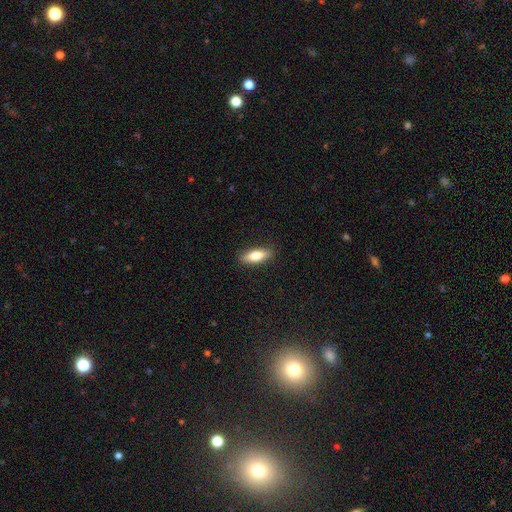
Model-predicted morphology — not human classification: smooth-or-featured: smooth: 73% | featured or disk: 20% | star or artifact: 6%
  how-rounded: in between: 59% | cigar-shaped: 38% | round: 3%
  merging: none: 88% | minor disturbance: 9% | major disturbance: 2% | merger: 1%